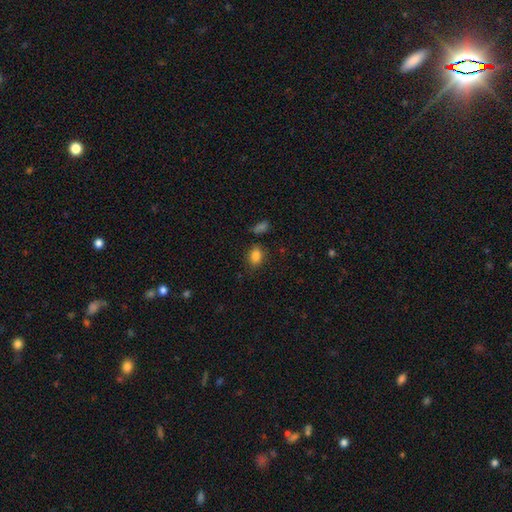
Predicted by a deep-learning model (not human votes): A smooth galaxy with no disk features (85%) that is in between round and cigar-shaped (72%).

Vote fractions:
- Smooth or featured? smooth: 85% / star or artifact: 10% / featured or disk: 5%
- How rounded? in between: 72% / round: 26% / cigar-shaped: 1%
- Merging? none: 78% / minor disturbance: 14% / merger: 4% / major disturbance: 4%